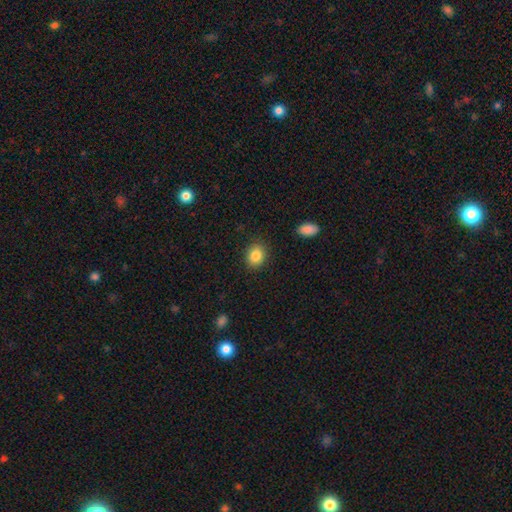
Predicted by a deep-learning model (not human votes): Smooth or featured: smooth — 85% (star or artifact — 9%)
How rounded: round — 50% (in between — 49%)
Merging: none — 88% (minor disturbance — 8%)